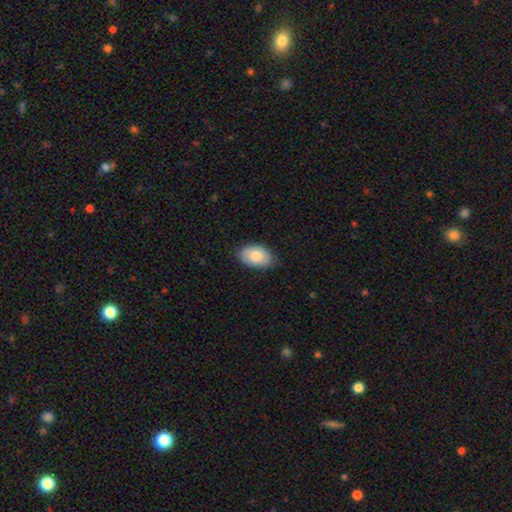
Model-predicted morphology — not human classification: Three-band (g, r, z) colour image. It shows a smooth galaxy with no disk features (83%) that is in between round and cigar-shaped (91%). Merging: none (79%).